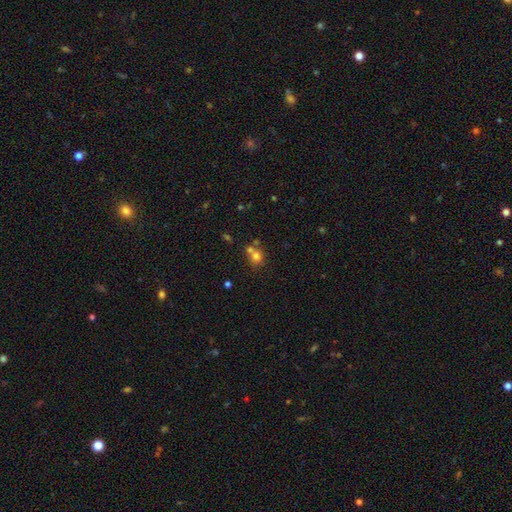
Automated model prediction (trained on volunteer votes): Smooth or featured?
  - smooth: 72% *
  - star or artifact: 16%
  - featured or disk: 13%
How rounded?
  - round: 78% *
  - in between: 21%
  - cigar-shaped: 1%
Merging?
  - none: 44% *
  - merger: 43%
  - minor disturbance: 8%
  - major disturbance: 4%